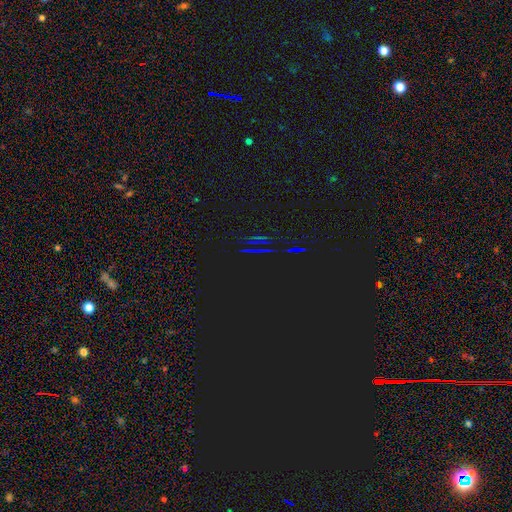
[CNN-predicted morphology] type=star or artifact (82%).